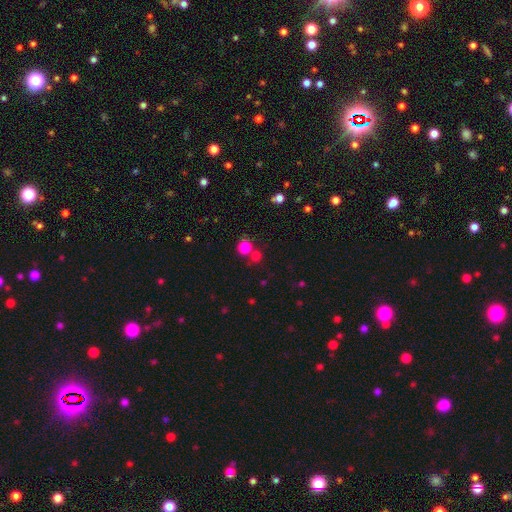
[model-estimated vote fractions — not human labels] A smooth galaxy with no disk features (77%) that is round (88%).

Vote fractions:
- Smooth or featured? smooth: 77% / star or artifact: 17% / featured or disk: 6%
- How rounded? round: 88% / in between: 11% / cigar-shaped: 1%
- Merging? none: 64% / merger: 25% / minor disturbance: 8% / major disturbance: 4%